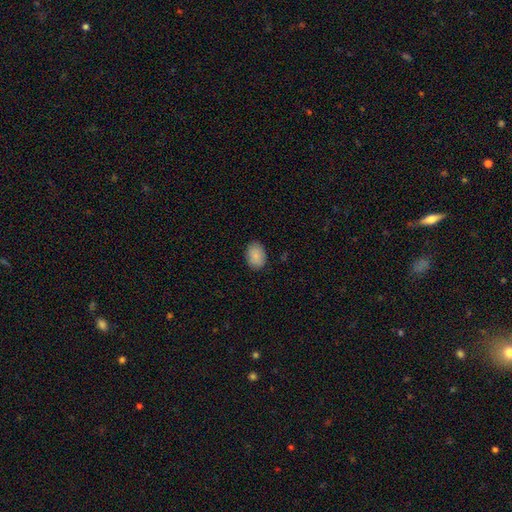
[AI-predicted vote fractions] This is clearly a smooth galaxy (88%). How rounded: likely in between (79%). Merging: clearly none (85%).